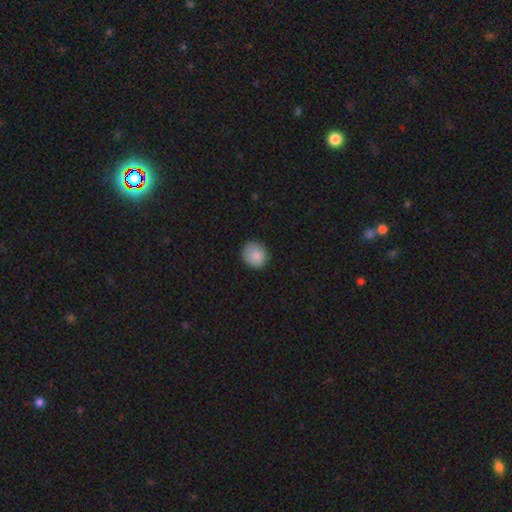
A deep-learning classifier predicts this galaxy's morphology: A smooth galaxy with no disk features (87%) that is round (80%).

Vote fractions:
- Smooth or featured? smooth: 87% / star or artifact: 8% / featured or disk: 5%
- How rounded? round: 80% / in between: 19% / cigar-shaped: 1%
- Merging? none: 83% / minor disturbance: 13% / major disturbance: 3% / merger: 1%